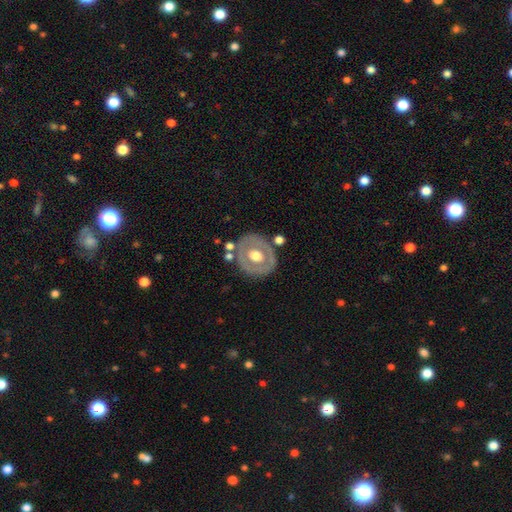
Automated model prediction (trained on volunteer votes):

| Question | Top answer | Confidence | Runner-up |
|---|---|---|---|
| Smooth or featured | featured or disk | 56% | smooth (38%) |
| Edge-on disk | no | 93% | yes (7%) |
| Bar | no | 84% | weak (12%) |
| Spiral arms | no | 90% | yes (10%) |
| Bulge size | moderate | 57% | large (35%) |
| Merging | none | 76% | minor disturbance (13%) |